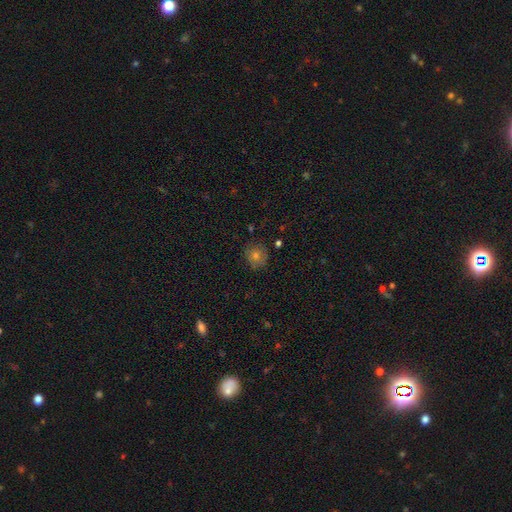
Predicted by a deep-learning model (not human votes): Q: Smooth or featured?
A: smooth (64%); runner-up: star or artifact (20%)
Q: How rounded?
A: round (89%); runner-up: in between (10%)
Q: Merging?
A: none (84%); runner-up: minor disturbance (12%)